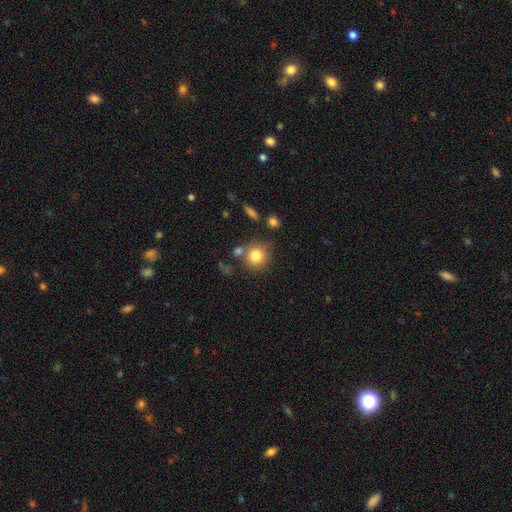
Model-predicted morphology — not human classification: Smooth or featured? Predicted: smooth (p=0.80). How rounded? Predicted: round (p=0.88). Merging? Predicted: none (p=0.68).